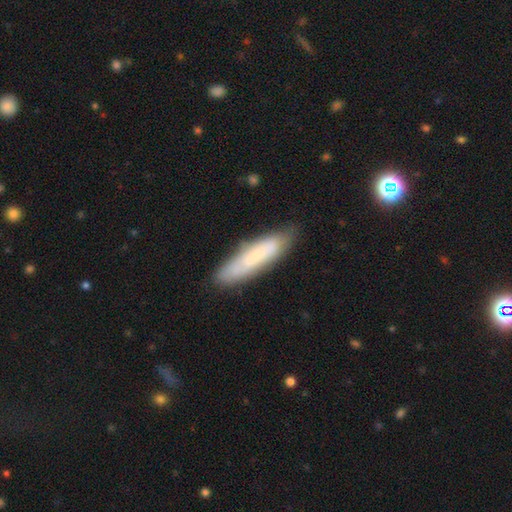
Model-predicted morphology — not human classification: A smooth galaxy with no disk features (69%) that is cigar-shaped (73%). Merging: none (74%).